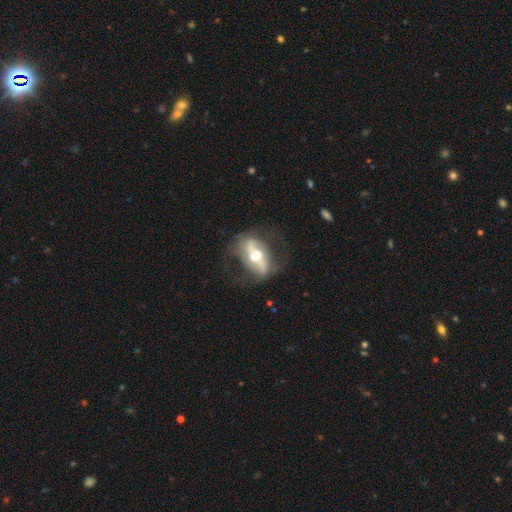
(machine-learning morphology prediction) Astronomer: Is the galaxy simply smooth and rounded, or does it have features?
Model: featured or disk — 72%.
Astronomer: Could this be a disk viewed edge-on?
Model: no — 76%.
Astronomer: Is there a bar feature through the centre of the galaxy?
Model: strong — 58%.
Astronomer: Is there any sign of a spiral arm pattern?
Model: yes — 51% (runner-up: no, 49%).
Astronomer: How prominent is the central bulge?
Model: moderate — 71%.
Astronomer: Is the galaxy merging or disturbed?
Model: none — 66%.